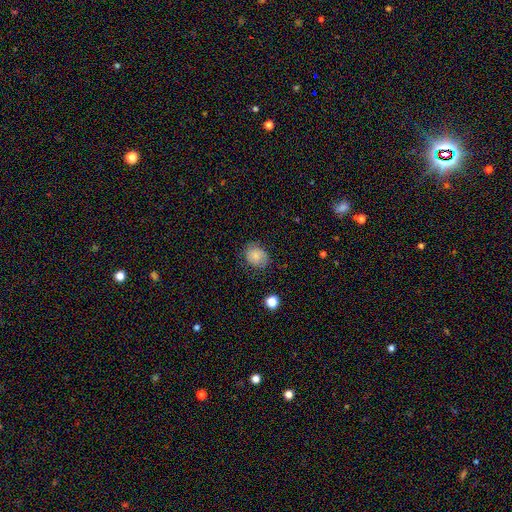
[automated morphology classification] Smooth or featured?
  - smooth: 74% *
  - featured or disk: 16%
  - star or artifact: 9%
How rounded?
  - round: 62% *
  - in between: 37%
  - cigar-shaped: 1%
Merging?
  - none: 71% *
  - minor disturbance: 21%
  - major disturbance: 6%
  - merger: 1%